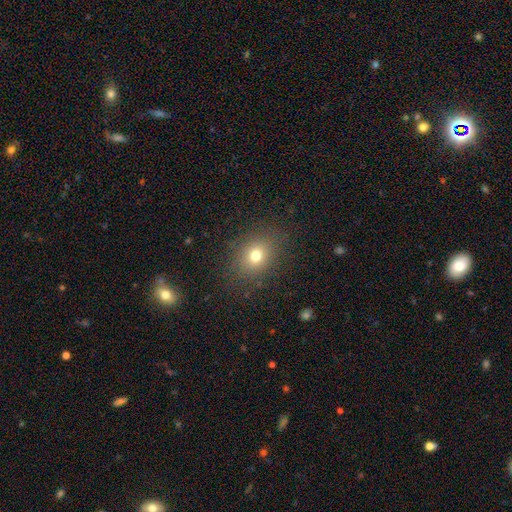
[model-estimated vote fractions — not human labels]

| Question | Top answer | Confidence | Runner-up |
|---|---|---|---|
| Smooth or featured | smooth | 73% | star or artifact (16%) |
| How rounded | round | 54% | in between (44%) |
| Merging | none | 85% | minor disturbance (9%) |